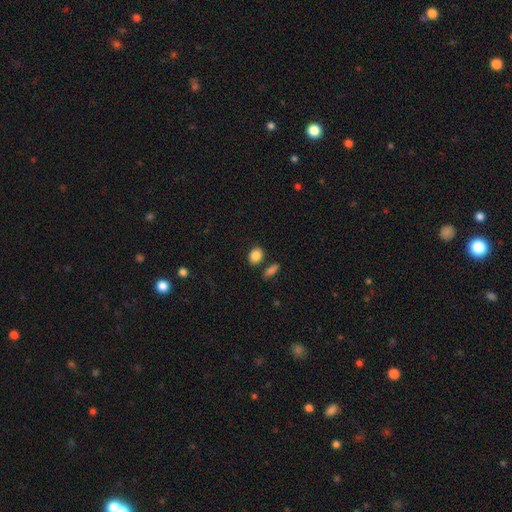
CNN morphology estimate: Overall: smooth (86%). How rounded: in between (57%; round 41%). Merging: none (78%).